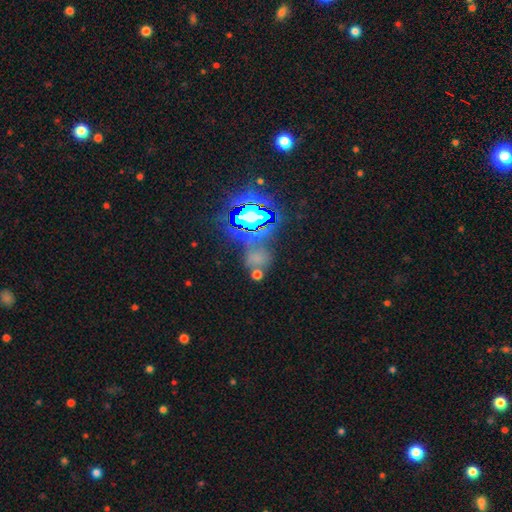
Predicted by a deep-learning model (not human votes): Smooth or featured? star or artifact (50%)